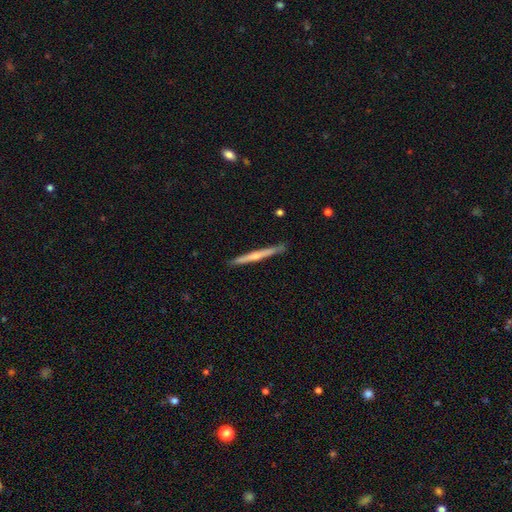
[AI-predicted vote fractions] Smooth or featured? Predicted: featured or disk (p=0.57). Edge-on disk? Predicted: yes (p=0.98). Edge-on bulge? Predicted: rounded (p=0.52). Merging? Predicted: none (p=0.90).